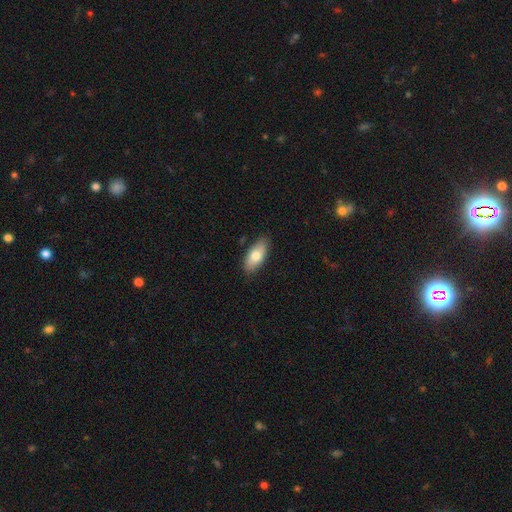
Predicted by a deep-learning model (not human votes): smooth 75%, featured or disk 19%, star or artifact 6%. Down the decision tree: how rounded — in between (87%); merging — none (86%).